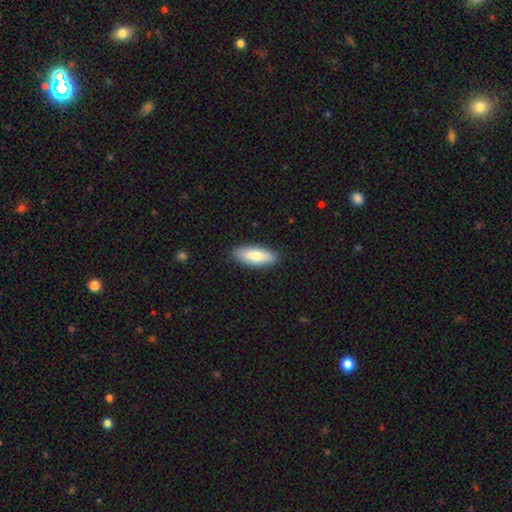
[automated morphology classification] Smooth or featured? Predicted: smooth (p=0.80). How rounded? Predicted: in between (p=0.72). Merging? Predicted: none (p=0.88).